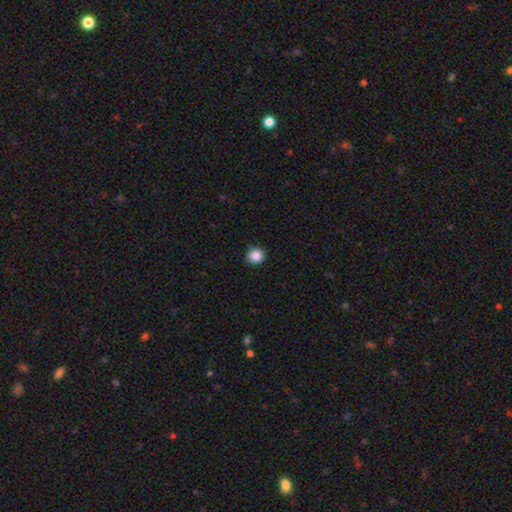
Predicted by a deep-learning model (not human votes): A smooth galaxy with no disk features (87%) that is round (92%).

Vote fractions:
- Smooth or featured? smooth: 87% / star or artifact: 10% / featured or disk: 3%
- How rounded? round: 92% / in between: 7% / cigar-shaped: 1%
- Merging? none: 92% / minor disturbance: 5% / major disturbance: 2% / merger: 1%